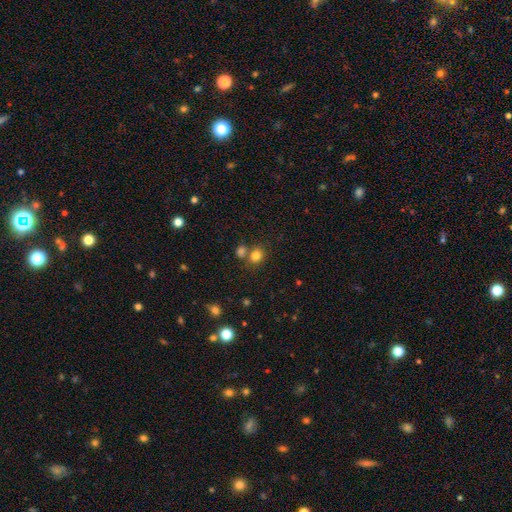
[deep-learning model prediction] Morphology: type=smooth (81%); roundness=round (69%); merging=none (63%).